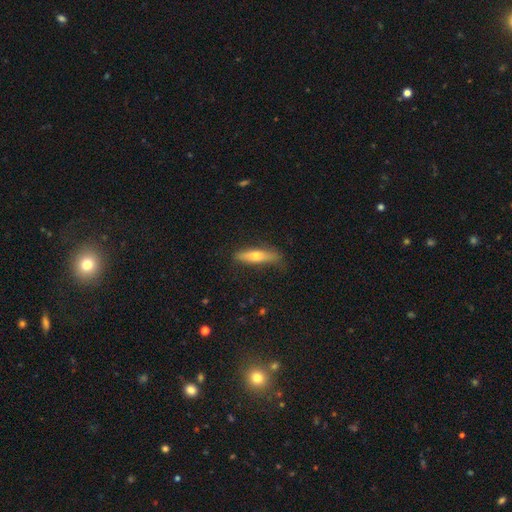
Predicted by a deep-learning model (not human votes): Q: Smooth or featured?
A: smooth (55%); runner-up: featured or disk (39%)
Q: How rounded?
A: cigar-shaped (76%); runner-up: in between (22%)
Q: Merging?
A: none (77%); runner-up: minor disturbance (18%)